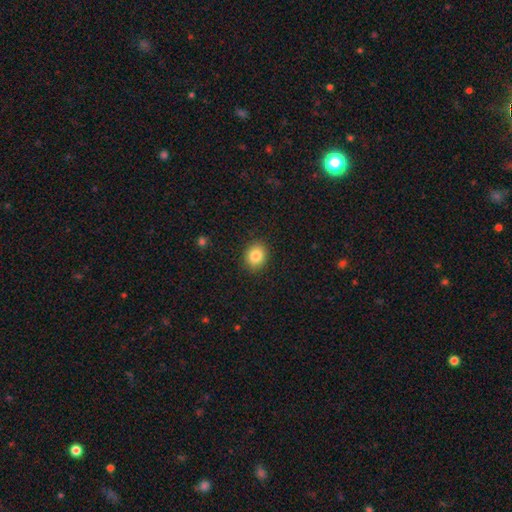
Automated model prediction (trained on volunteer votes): Smooth or featured? smooth (85%)
How rounded? round (68%)
Merging? none (90%)